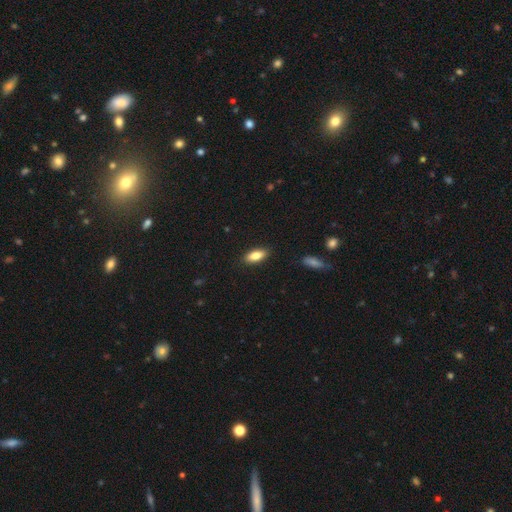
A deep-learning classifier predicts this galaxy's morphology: A smooth galaxy with no disk features (82%) that is in between round and cigar-shaped (83%). Merging: none (88%).